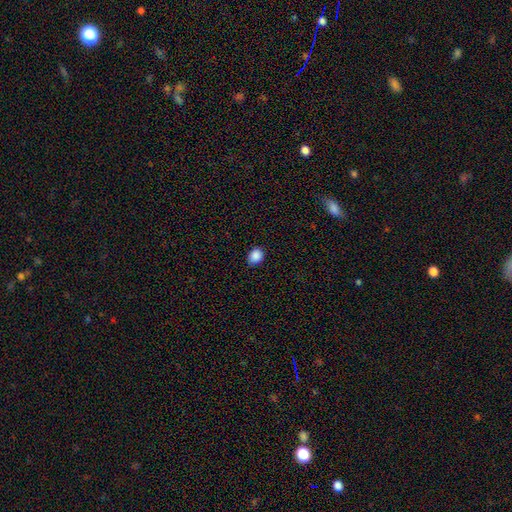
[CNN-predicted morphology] smooth-or-featured: smooth: 88% | star or artifact: 9% | featured or disk: 3%
  how-rounded: round: 53% | in between: 46% | cigar-shaped: 1%
  merging: none: 87% | minor disturbance: 10% | major disturbance: 2% | merger: 1%